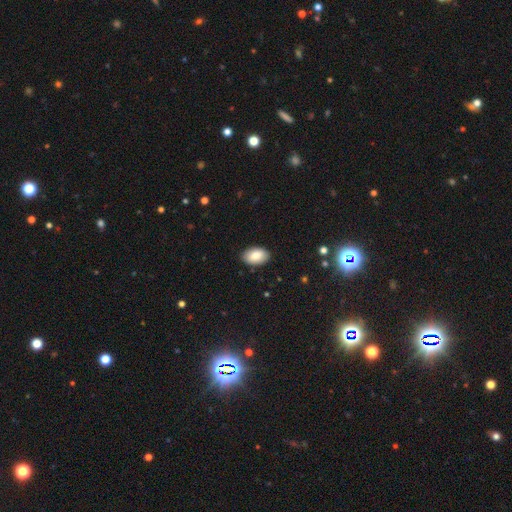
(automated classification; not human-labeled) Morphology: type=smooth (85%); roundness=in between (93%); merging=none (89%).